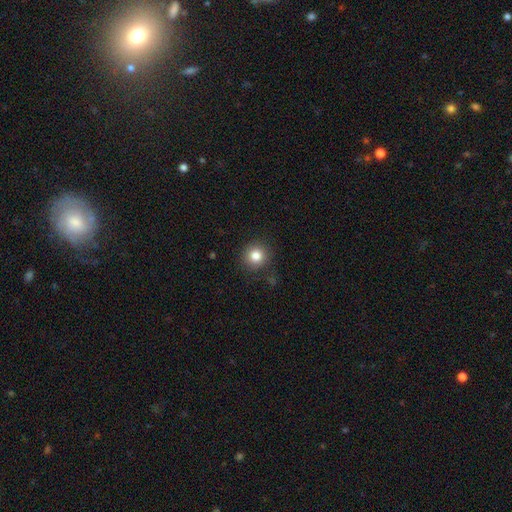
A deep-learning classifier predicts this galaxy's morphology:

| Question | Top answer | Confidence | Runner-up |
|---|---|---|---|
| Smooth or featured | smooth | 83% | star or artifact (11%) |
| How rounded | round | 92% | in between (7%) |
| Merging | none | 88% | minor disturbance (8%) |